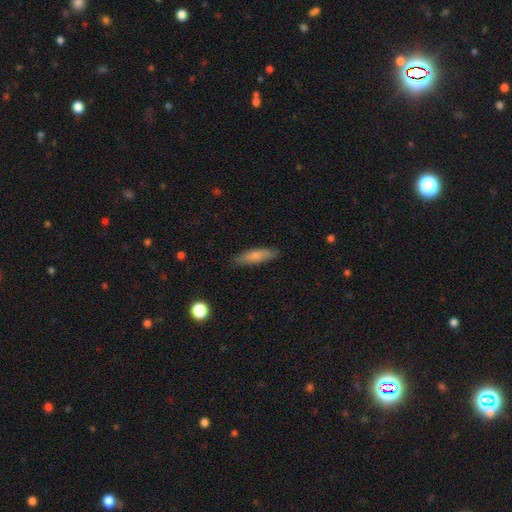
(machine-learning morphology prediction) smooth-or-featured: smooth: 77% | featured or disk: 17% | star or artifact: 6%
  how-rounded: cigar-shaped: 71% | in between: 27% | round: 2%
  merging: none: 87% | minor disturbance: 10% | major disturbance: 2% | merger: 1%